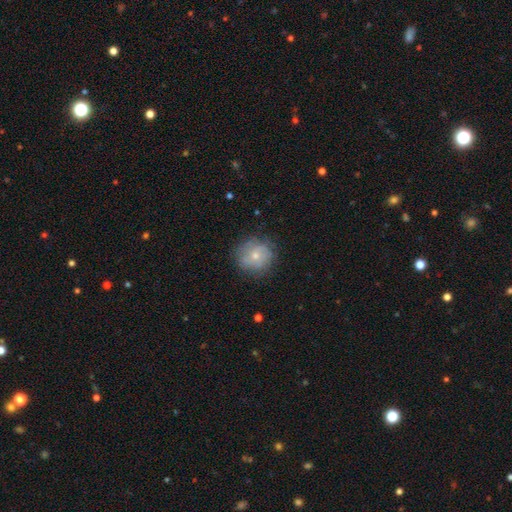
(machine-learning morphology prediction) Smooth or featured? Predicted: smooth (p=0.51). How rounded? Predicted: round (p=0.88). Merging? Predicted: none (p=0.74).